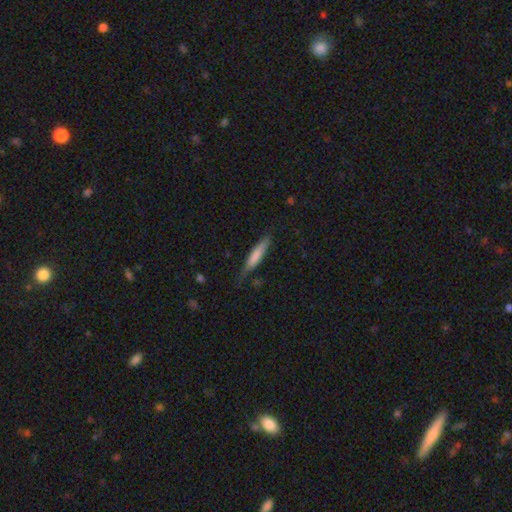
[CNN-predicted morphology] smooth_or_featured: smooth (p=0.73) [alt: featured or disk p=0.22]
how_rounded: cigar-shaped (p=0.87) [alt: in between p=0.12]
merging: none (p=0.71) [alt: minor disturbance p=0.22]